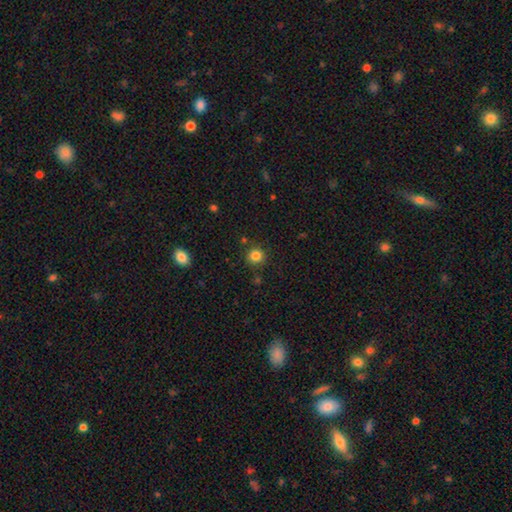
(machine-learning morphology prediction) type=smooth (83%); roundness=round (93%); merging=none (87%).